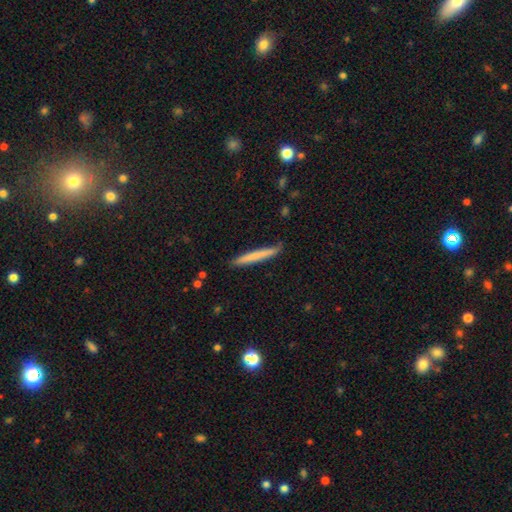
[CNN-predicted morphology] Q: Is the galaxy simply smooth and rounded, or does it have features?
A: smooth — 69%.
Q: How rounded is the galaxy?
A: cigar-shaped — 97%.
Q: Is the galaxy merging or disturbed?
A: none — 86%.